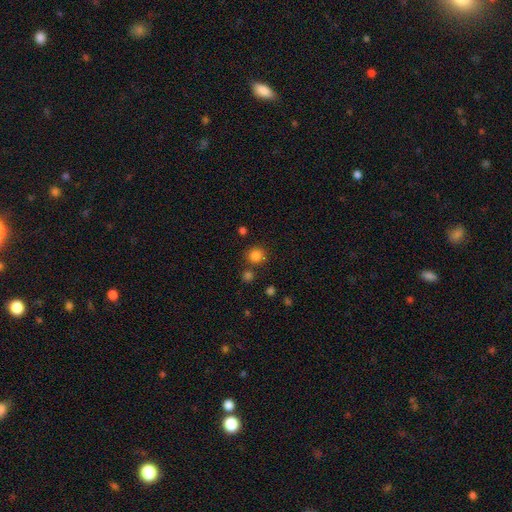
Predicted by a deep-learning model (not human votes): Smooth or featured: smooth — 82% (star or artifact — 14%)
How rounded: round — 91% (in between — 8%)
Merging: none — 78% (merger — 10%)